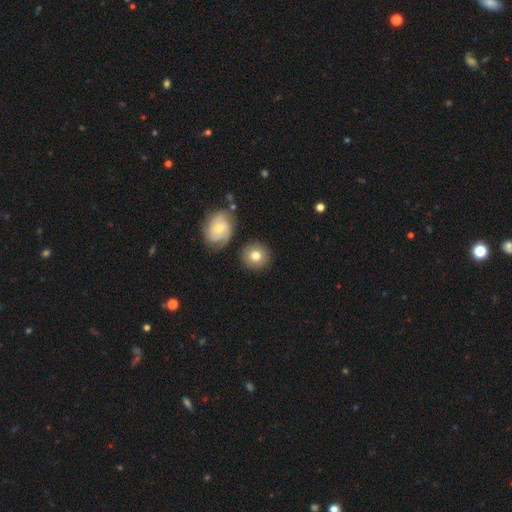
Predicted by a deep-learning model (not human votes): The model was most divided on "smooth or featured": smooth: 77%, featured or disk: 16%, star or artifact: 8%. More confident: how rounded — round (89%); merging — none (84%).